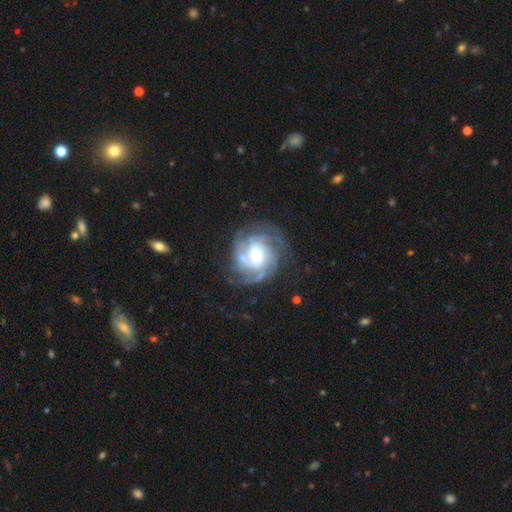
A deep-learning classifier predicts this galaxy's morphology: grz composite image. It shows a featured or disk galaxy (88%) with no bar (65%), 3 (27%) tight (61%) spiral arms (97%) and a small central bulge (46%). Merging: none (73%).